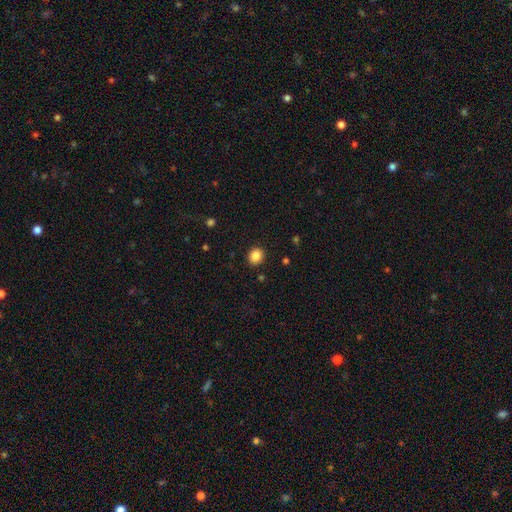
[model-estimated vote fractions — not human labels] Smooth or featured? smooth (85%)
How rounded? round (72%)
Merging? none (90%)